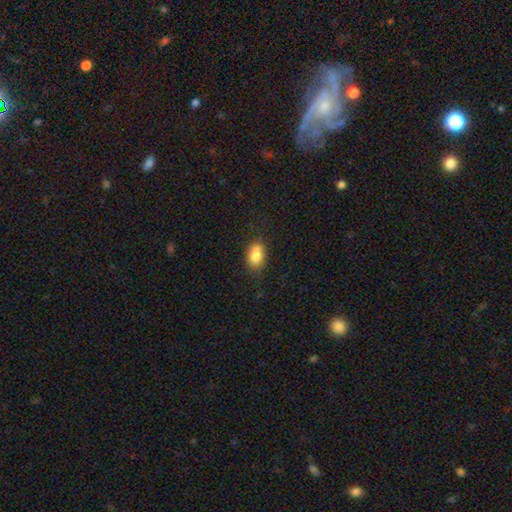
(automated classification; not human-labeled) Smooth or featured? smooth (78%)
How rounded? in between (74%)
Merging? none (54%)